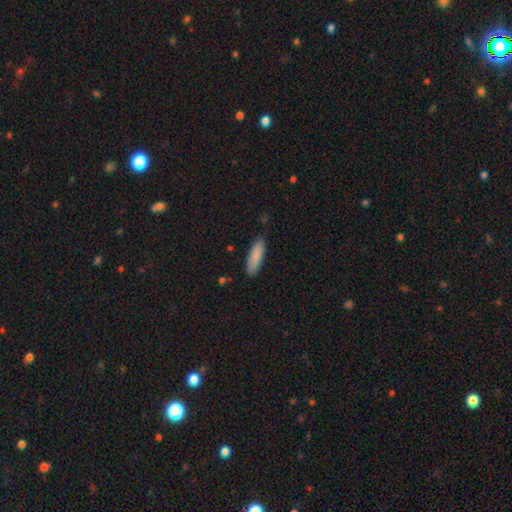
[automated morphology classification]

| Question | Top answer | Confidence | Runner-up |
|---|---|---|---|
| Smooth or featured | smooth | 87% | featured or disk (7%) |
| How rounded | in between | 50% | cigar-shaped (48%) |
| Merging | none | 85% | minor disturbance (12%) |